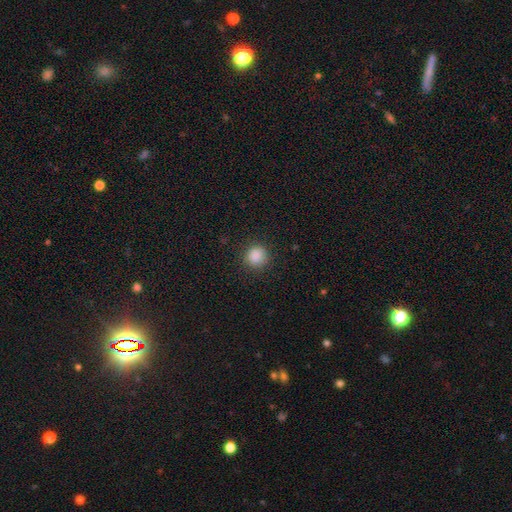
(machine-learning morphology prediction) type=smooth (87%); roundness=round (88%); merging=none (86%).